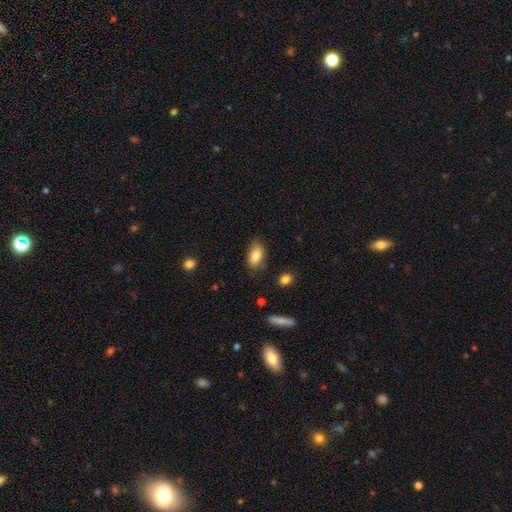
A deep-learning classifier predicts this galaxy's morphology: smooth-or-featured: smooth: 83% | featured or disk: 10% | star or artifact: 7%
  how-rounded: in between: 90% | cigar-shaped: 5% | round: 5%
  merging: none: 75% | minor disturbance: 19% | major disturbance: 4% | merger: 2%